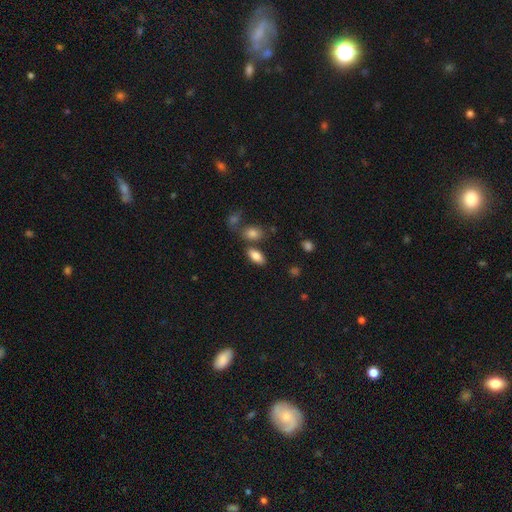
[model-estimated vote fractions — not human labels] smooth_or_featured: smooth (p=0.84) [alt: featured or disk p=0.09]
how_rounded: in between (p=0.90) [alt: cigar-shaped p=0.07]
merging: none (p=0.74) [alt: minor disturbance p=0.11]